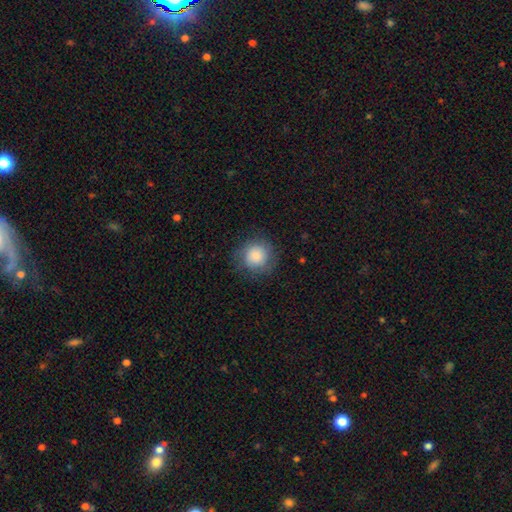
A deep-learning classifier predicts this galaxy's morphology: A smooth galaxy with no disk features (82%) that is round (91%). Merging: none (80%).